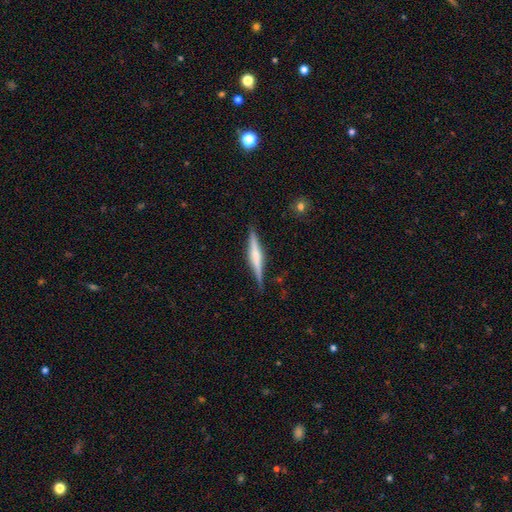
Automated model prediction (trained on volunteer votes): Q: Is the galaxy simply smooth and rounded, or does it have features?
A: featured or disk — 62%.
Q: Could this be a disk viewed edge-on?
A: yes — 97%.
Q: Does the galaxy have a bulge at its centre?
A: rounded — 56%.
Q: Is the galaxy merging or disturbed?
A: none — 86%.